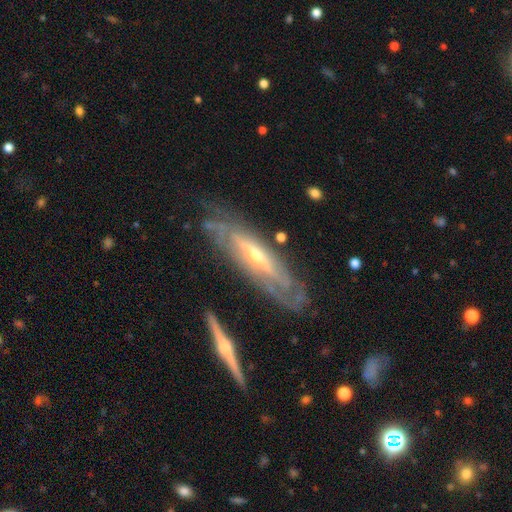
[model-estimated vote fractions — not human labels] smooth_or_featured: featured or disk (p=0.84) [alt: smooth p=0.10]
disk_edge_on: no (p=0.65) [alt: yes p=0.35]
bar: no (p=0.43) [alt: weak p=0.34]
has_spiral_arms: yes (p=0.86) [alt: no p=0.14]
bulge_size: small (p=0.52) [alt: moderate p=0.43]
merging: none (p=0.71) [alt: minor disturbance p=0.19]